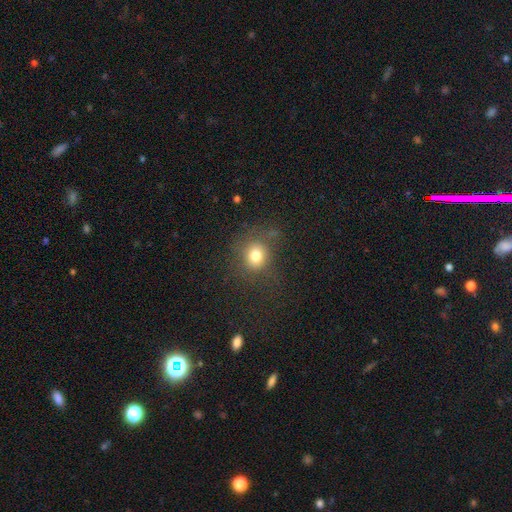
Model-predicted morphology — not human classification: smooth 76%, star or artifact 15%, featured or disk 8%. Down the decision tree: how rounded — round (79%); merging — none (73%).